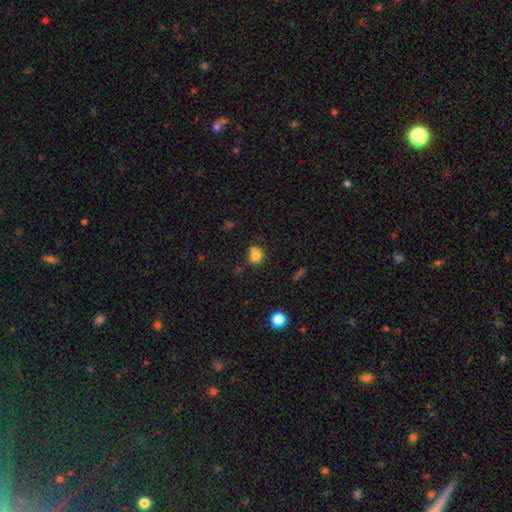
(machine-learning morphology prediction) Q: Smooth or featured?
A: smooth (78%); runner-up: star or artifact (12%)
Q: How rounded?
A: round (67%); runner-up: in between (32%)
Q: Merging?
A: none (51%); runner-up: minor disturbance (21%)